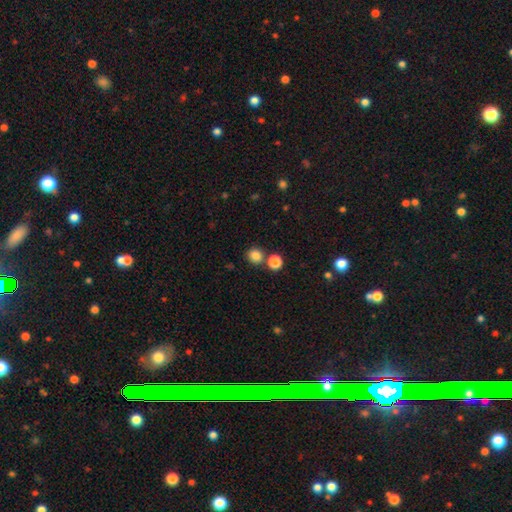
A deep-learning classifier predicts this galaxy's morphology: A smooth galaxy with no disk features (83%) that is round (87%). Merging: none (75%).